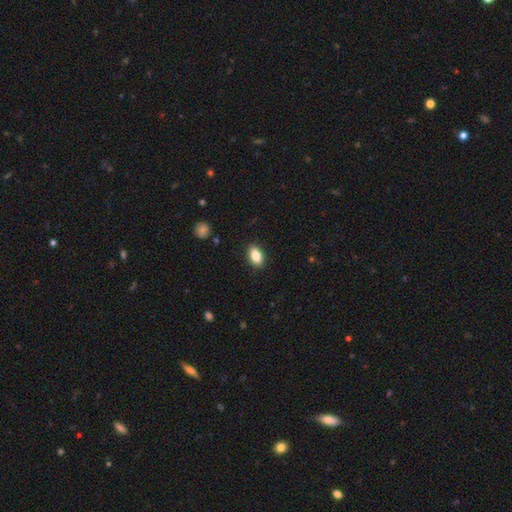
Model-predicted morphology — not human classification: This is clearly a smooth galaxy (84%). How rounded: clearly in between (88%). Merging: clearly none (89%).